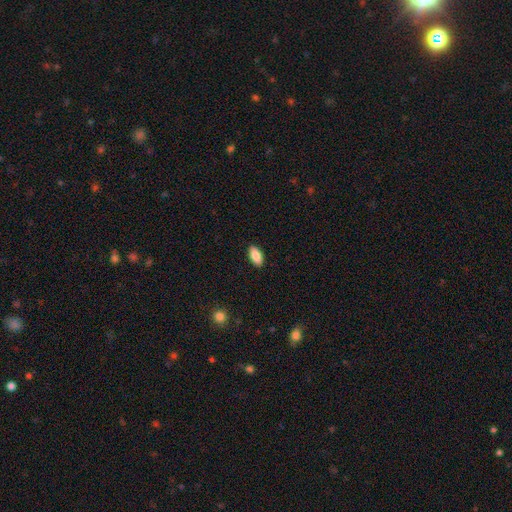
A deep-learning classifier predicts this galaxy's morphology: A smooth galaxy with no disk features (86%) that is in between round and cigar-shaped (90%).

Vote fractions:
- Smooth or featured? smooth: 86% / star or artifact: 7% / featured or disk: 7%
- How rounded? in between: 90% / cigar-shaped: 8% / round: 2%
- Merging? none: 89% / minor disturbance: 8% / major disturbance: 2% / merger: 1%